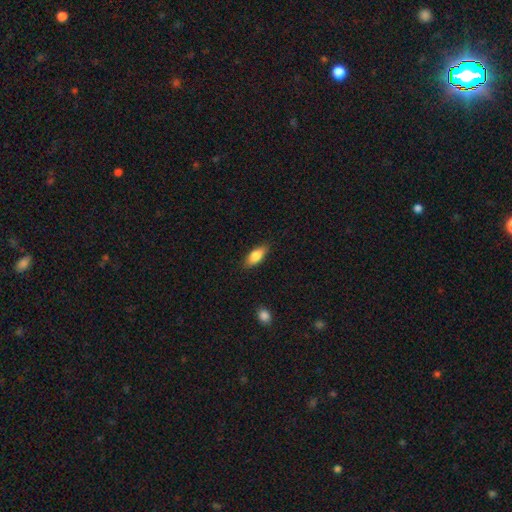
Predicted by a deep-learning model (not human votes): Smooth or featured? smooth (80%)
How rounded? in between (79%)
Merging? none (85%)